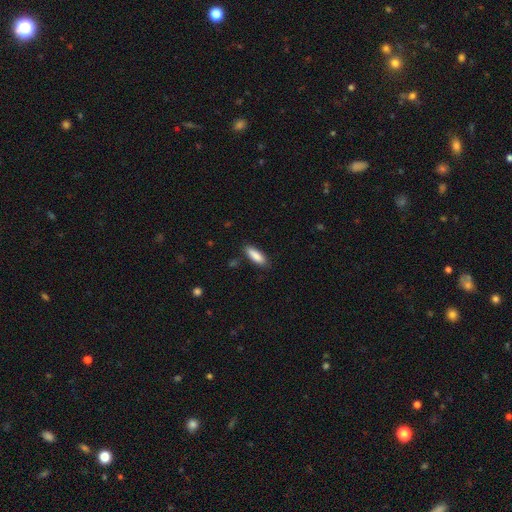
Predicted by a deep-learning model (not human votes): A smooth galaxy with no disk features (88%) that is in between round and cigar-shaped (62%). Merging: none (84%).